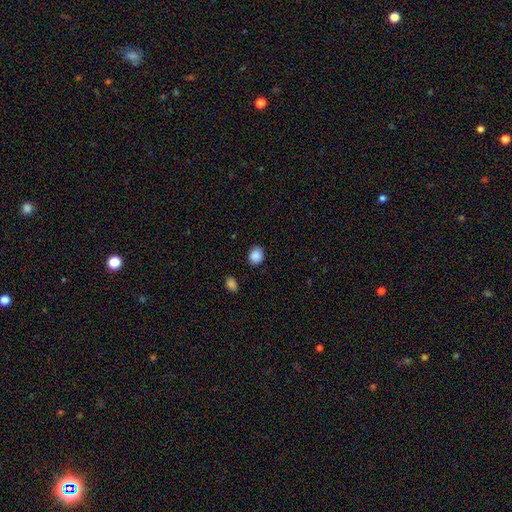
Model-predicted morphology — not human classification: Q: Smooth or featured?
A: smooth (88%); runner-up: star or artifact (9%)
Q: How rounded?
A: round (72%); runner-up: in between (27%)
Q: Merging?
A: none (87%); runner-up: minor disturbance (9%)